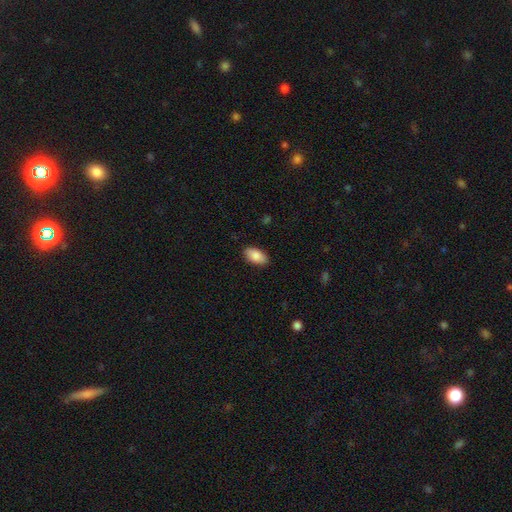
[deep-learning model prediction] Morphology: type=smooth (88%); roundness=in between (94%); merging=none (88%).